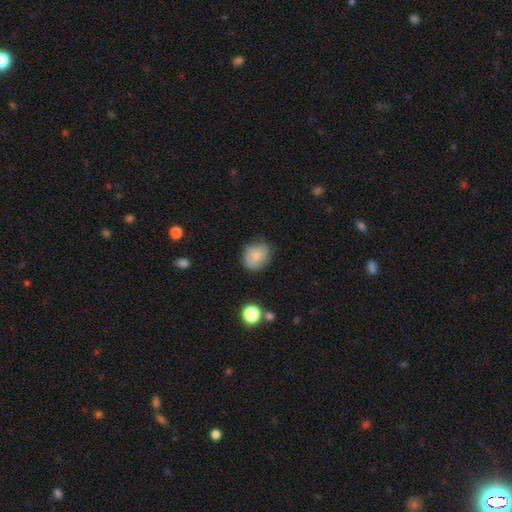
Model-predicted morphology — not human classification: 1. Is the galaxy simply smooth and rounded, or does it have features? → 81% smooth, 10% featured or disk, 9% star or artifact.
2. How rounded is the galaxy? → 59% round, 40% in between, 1% cigar-shaped.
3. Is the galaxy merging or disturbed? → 67% none, 25% minor disturbance, 6% major disturbance, 2% merger.